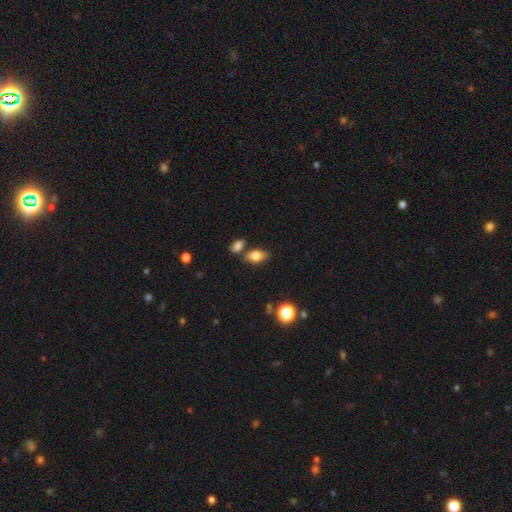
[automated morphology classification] type=smooth (80%); roundness=in between (88%); merging=none (69%).